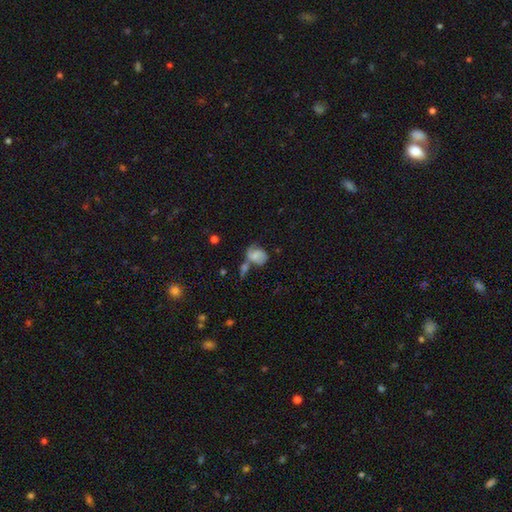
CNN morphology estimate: A smooth galaxy with no disk features (52%) that is in between round and cigar-shaped (63%). Merging: none (34%).